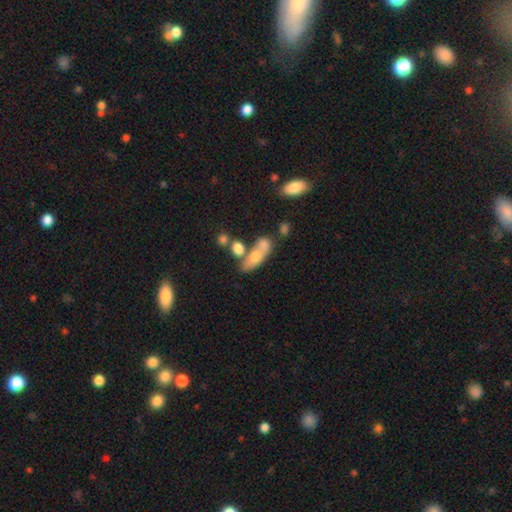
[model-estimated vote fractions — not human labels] A smooth galaxy with no disk features (58%) that is in between round and cigar-shaped (68%).

Vote fractions:
- Smooth or featured? smooth: 58% / featured or disk: 32% / star or artifact: 10%
- How rounded? in between: 68% / cigar-shaped: 24% / round: 7%
- Merging? merger: 39% / none: 35% / minor disturbance: 15% / major disturbance: 10%